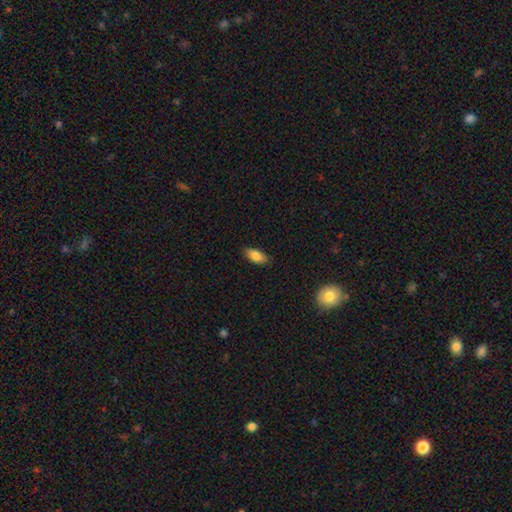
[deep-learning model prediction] This is clearly a smooth galaxy (84%). How rounded: clearly in between (89%). Merging: clearly none (86%).